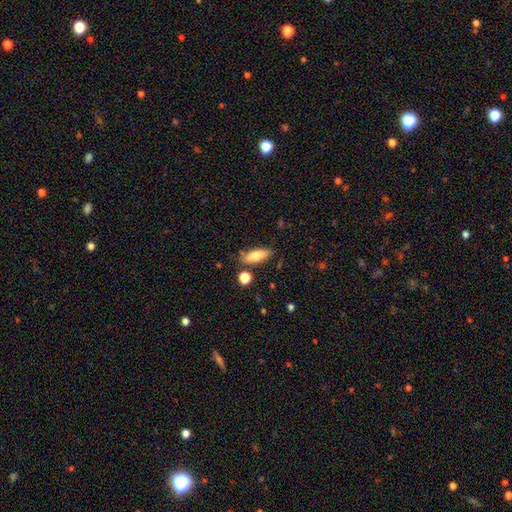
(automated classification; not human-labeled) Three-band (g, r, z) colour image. It shows a smooth galaxy with no disk features (76%) that is in between round and cigar-shaped (65%). Merging: none (76%).